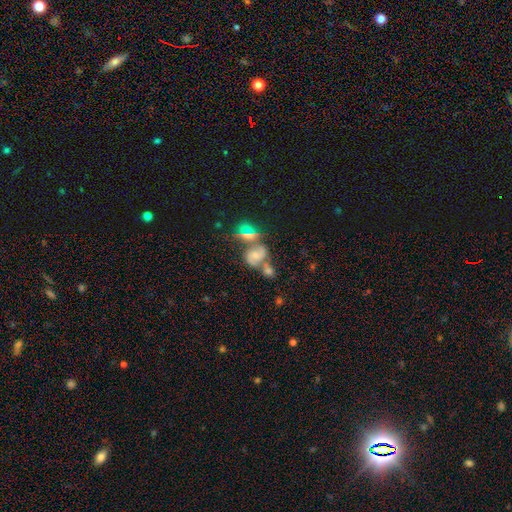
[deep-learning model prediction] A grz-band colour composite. It shows a smooth galaxy with no disk features (41%). Merging: merger (49%).